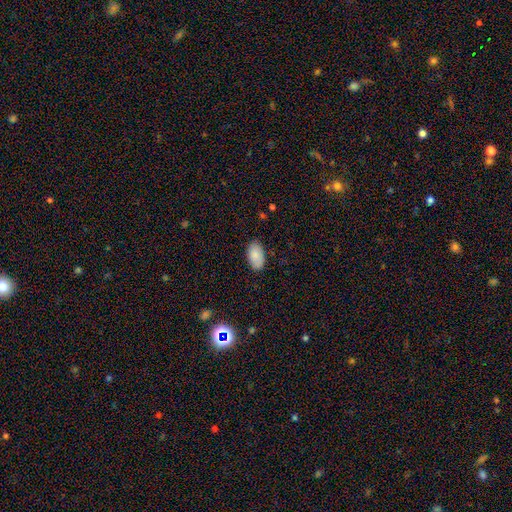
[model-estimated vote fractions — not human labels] Smooth or featured: smooth — 87% (star or artifact — 7%)
How rounded: in between — 95% (round — 4%)
Merging: none — 85% (minor disturbance — 12%)